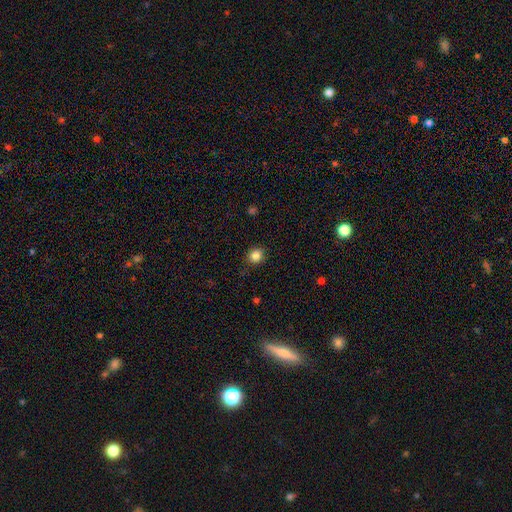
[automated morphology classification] smooth_or_featured: smooth (p=0.84) [alt: star or artifact p=0.11]
how_rounded: round (p=0.83) [alt: in between p=0.16]
merging: none (p=0.89) [alt: minor disturbance p=0.08]